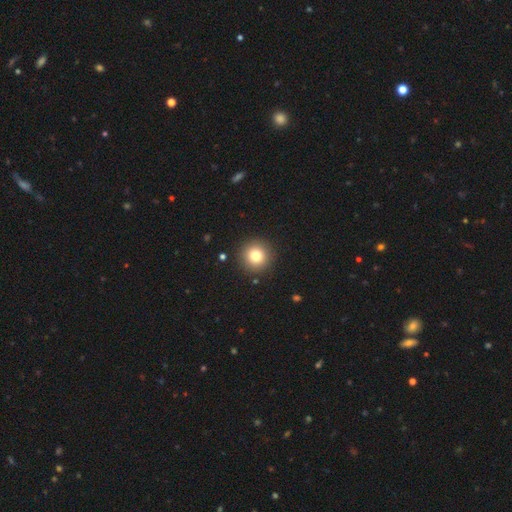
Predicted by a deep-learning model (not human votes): smooth-or-featured: smooth: 79% | star or artifact: 12% | featured or disk: 9%
  how-rounded: round: 95% | in between: 4% | cigar-shaped: 1%
  merging: none: 91% | minor disturbance: 5% | major disturbance: 2% | merger: 1%